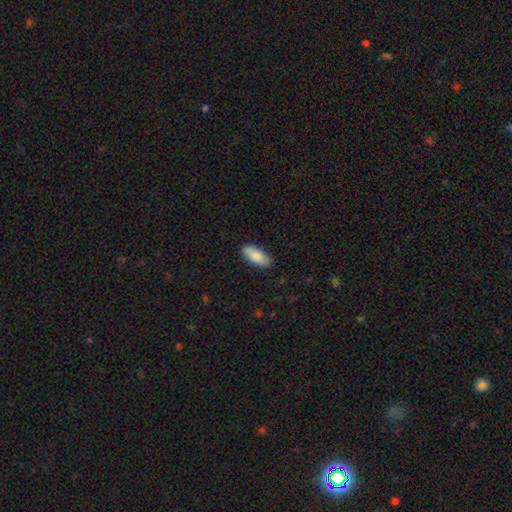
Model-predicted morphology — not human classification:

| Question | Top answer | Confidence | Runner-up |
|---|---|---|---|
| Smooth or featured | smooth | 86% | featured or disk (8%) |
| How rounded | in between | 82% | cigar-shaped (16%) |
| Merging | none | 88% | minor disturbance (9%) |